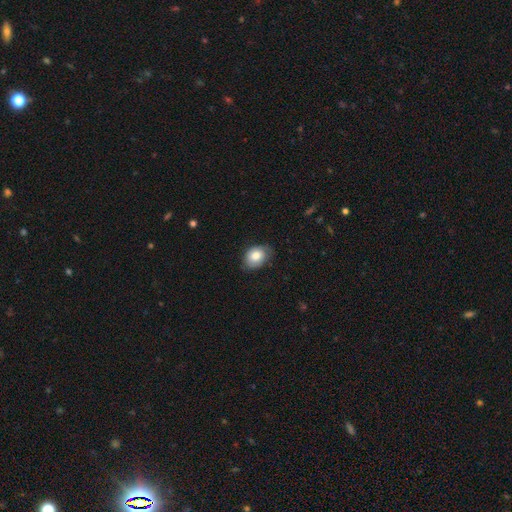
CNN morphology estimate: Smooth or featured? smooth (79%)
How rounded? in between (73%)
Merging? none (68%)